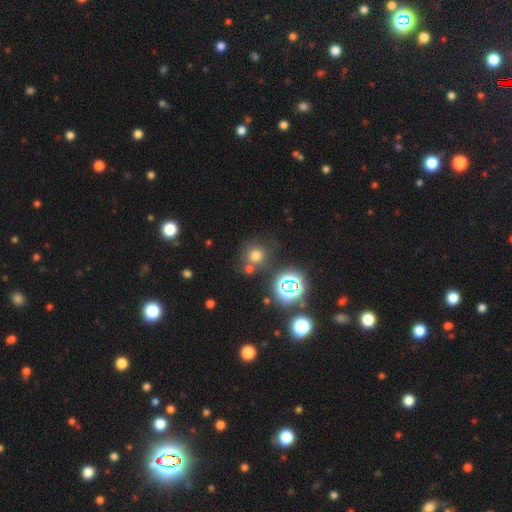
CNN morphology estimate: Smooth or featured? Predicted: smooth (p=0.64). How rounded? Predicted: round (p=0.90). Merging? Predicted: none (p=0.72).